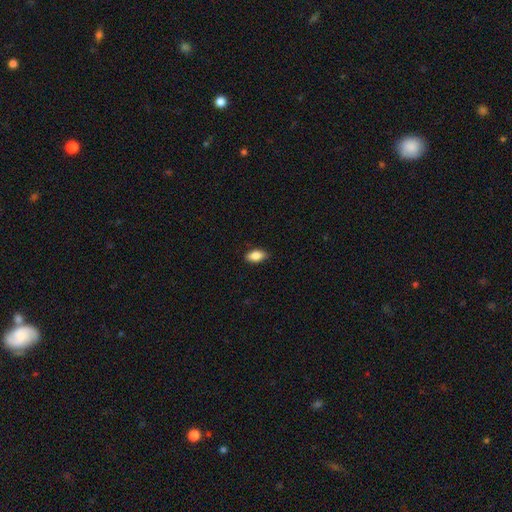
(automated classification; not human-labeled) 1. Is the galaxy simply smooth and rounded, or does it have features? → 86% smooth, 7% star or artifact, 7% featured or disk.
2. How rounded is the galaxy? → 91% in between, 5% round, 4% cigar-shaped.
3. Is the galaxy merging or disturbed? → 85% none, 12% minor disturbance, 2% major disturbance, 1% merger.